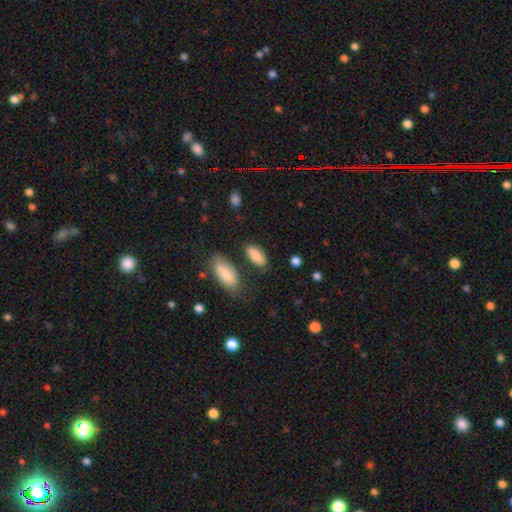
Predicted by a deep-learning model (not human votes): Smooth or featured? smooth (84%)
How rounded? in between (87%)
Merging? none (73%)